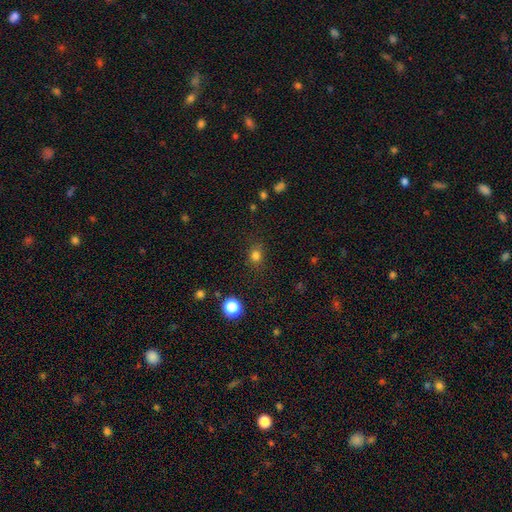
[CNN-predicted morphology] The model was most divided on "how rounded": round: 72%, in between: 27%, cigar-shaped: 1%. More confident: merging — none (83%); smooth or featured — smooth (79%).